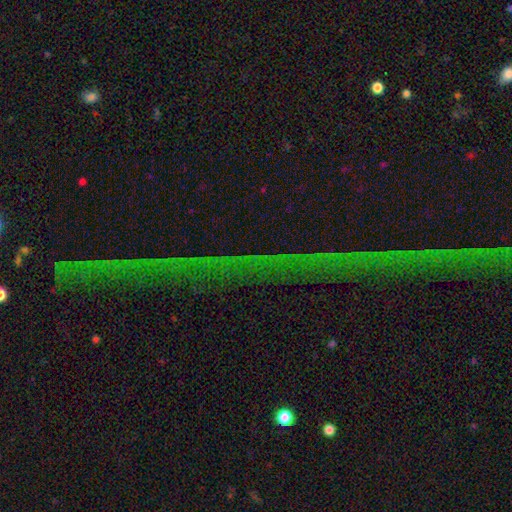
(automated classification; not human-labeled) This is likely a star or artifact rather than a galaxy (78%).